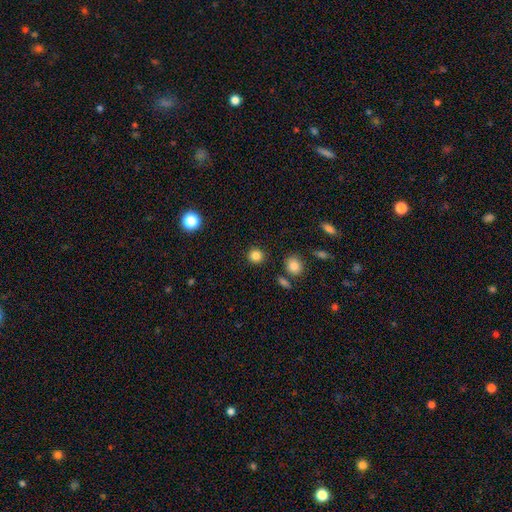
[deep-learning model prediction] Overall: smooth (85%). How rounded: round (90%). Merging: none (89%).